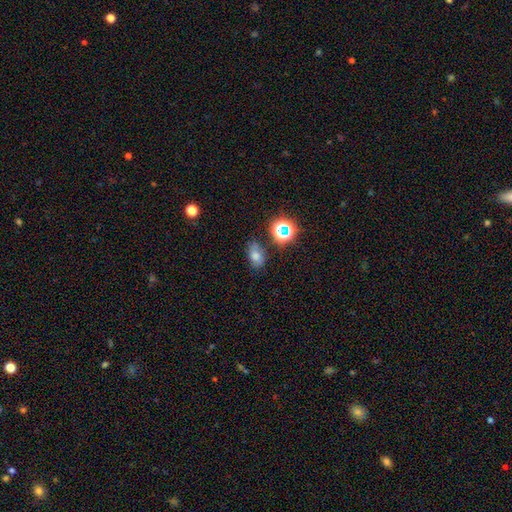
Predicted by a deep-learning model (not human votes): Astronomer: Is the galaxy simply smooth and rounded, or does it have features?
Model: smooth — 58%.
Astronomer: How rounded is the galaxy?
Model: in between — 75%.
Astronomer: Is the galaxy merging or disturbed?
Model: none — 74%.